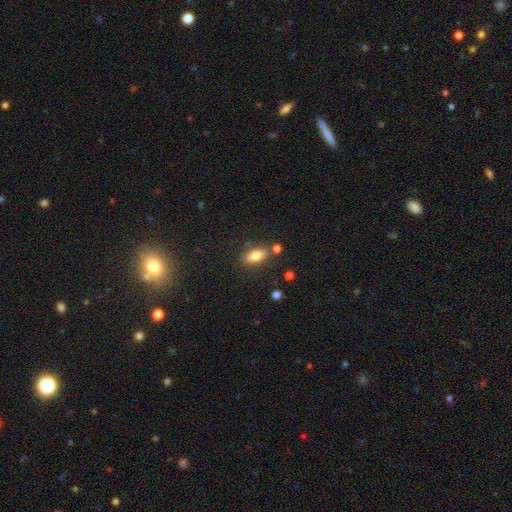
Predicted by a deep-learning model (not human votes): Smooth or featured: smooth — 80% (featured or disk — 12%)
How rounded: in between — 84% (cigar-shaped — 11%)
Merging: none — 75% (minor disturbance — 13%)